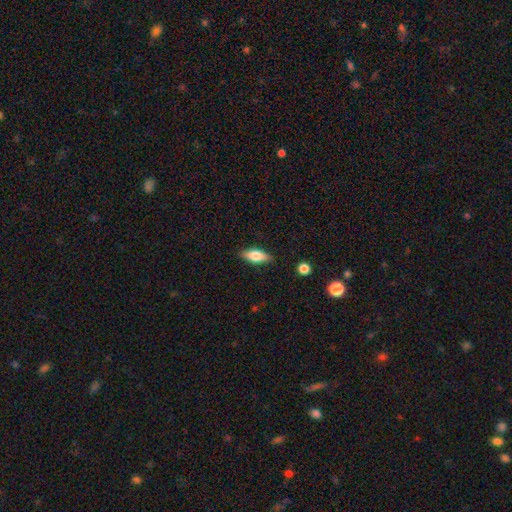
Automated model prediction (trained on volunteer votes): Smooth or featured: smooth — 66% (featured or disk — 27%)
How rounded: in between — 68% (cigar-shaped — 29%)
Merging: none — 86% (minor disturbance — 10%)